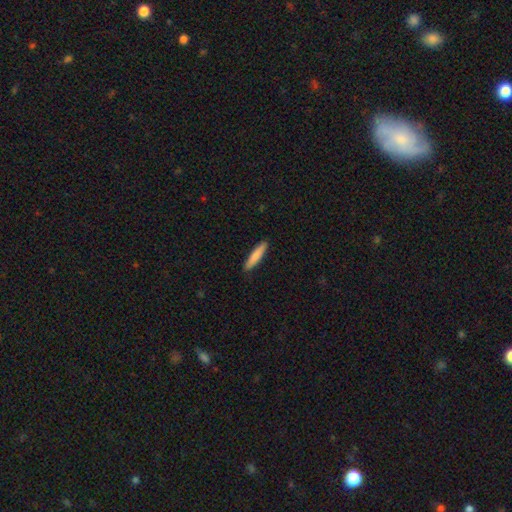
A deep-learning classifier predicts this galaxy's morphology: smooth_or_featured: smooth (p=0.82) [alt: featured or disk p=0.12]
how_rounded: cigar-shaped (p=0.88) [alt: in between p=0.11]
merging: none (p=0.90) [alt: minor disturbance p=0.07]